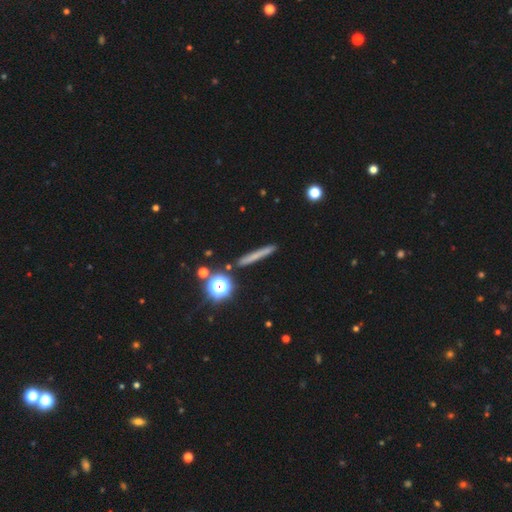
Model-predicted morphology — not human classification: Q: Smooth or featured?
A: smooth (62%); runner-up: featured or disk (25%)
Q: How rounded?
A: cigar-shaped (90%); runner-up: round (6%)
Q: Merging?
A: none (89%); runner-up: minor disturbance (7%)